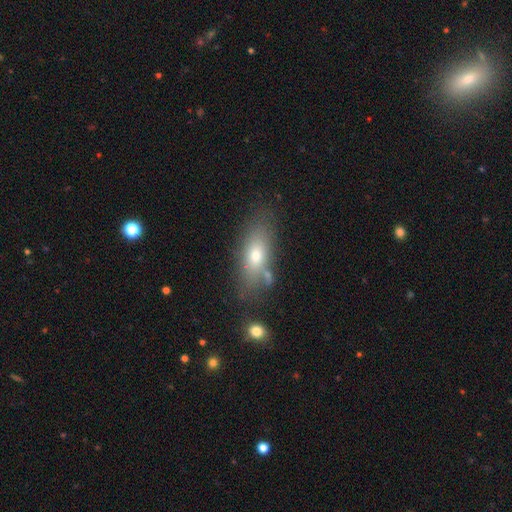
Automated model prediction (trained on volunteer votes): Morphology: type=smooth (66%); roundness=in between (75%); merging=none (68%).